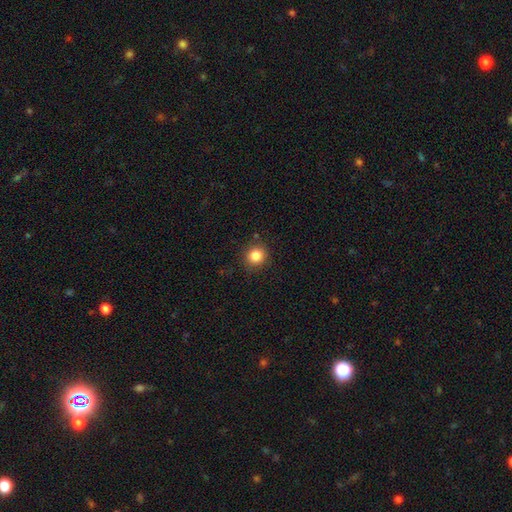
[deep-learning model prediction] A smooth galaxy with no disk features (84%) that is round (88%).

Vote fractions:
- Smooth or featured? smooth: 84% / star or artifact: 11% / featured or disk: 5%
- How rounded? round: 88% / in between: 11% / cigar-shaped: 1%
- Merging? none: 87% / minor disturbance: 9% / major disturbance: 3% / merger: 2%